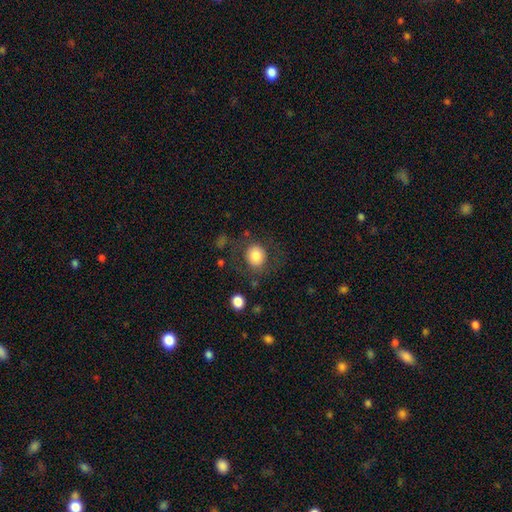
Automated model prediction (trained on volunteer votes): smooth_or_featured: smooth (p=0.80) [alt: featured or disk p=0.11]
how_rounded: round (p=0.72) [alt: in between p=0.27]
merging: none (p=0.74) [alt: minor disturbance p=0.13]